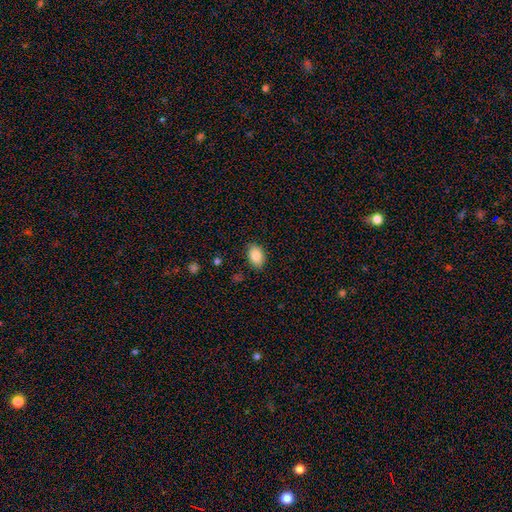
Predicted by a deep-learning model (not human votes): This is clearly a smooth galaxy (87%). How rounded: clearly in between (85%). Merging: clearly none (86%).